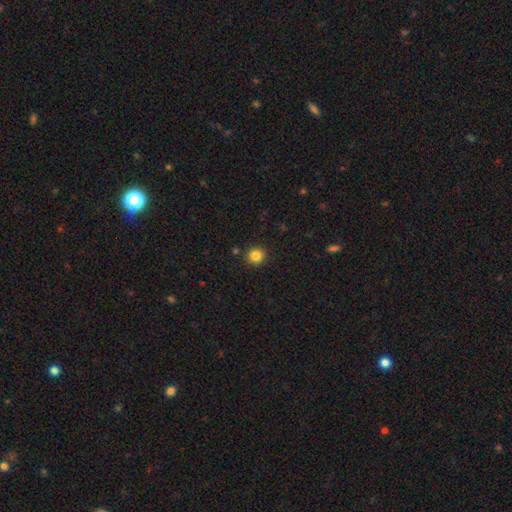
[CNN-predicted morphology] This appears to be a smooth galaxy with no disk features (84%) that is round (91%). Merging: none (89%).